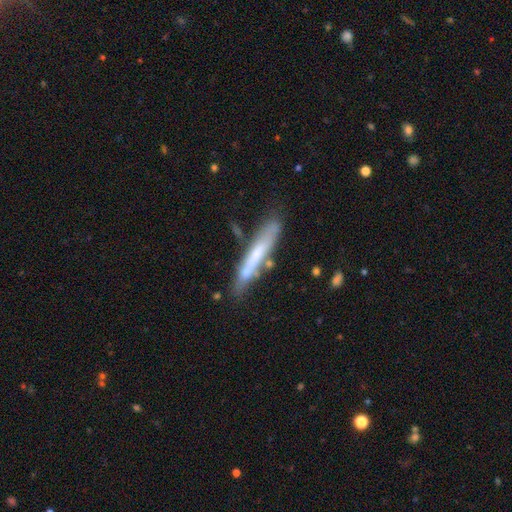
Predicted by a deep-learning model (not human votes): This is possibly a smooth galaxy (49%). Merging: likely none (66%).